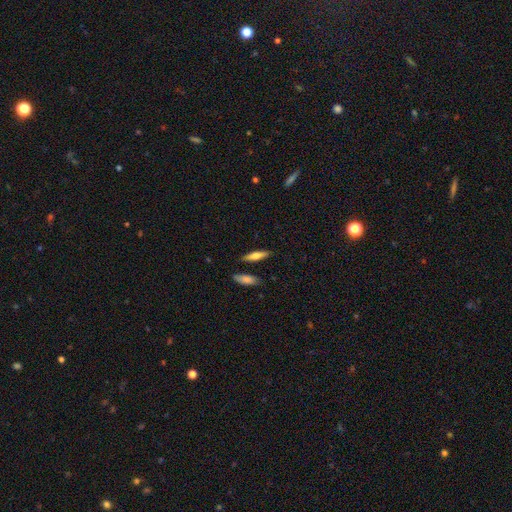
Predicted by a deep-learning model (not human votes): Smooth or featured? smooth (63%)
How rounded? cigar-shaped (71%)
Merging? none (83%)